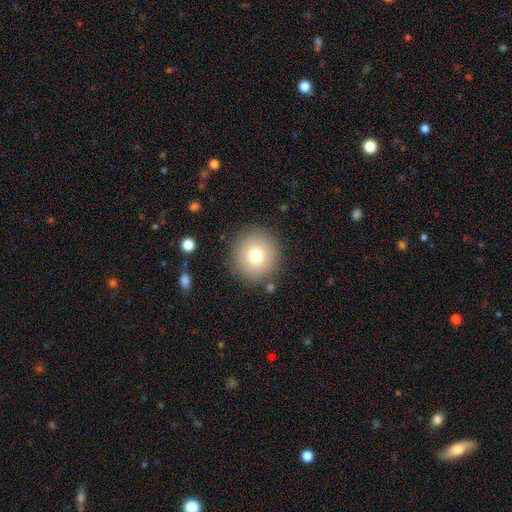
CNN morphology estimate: This appears to be a smooth galaxy with no disk features (75%) that is round (95%). Merging: none (87%).